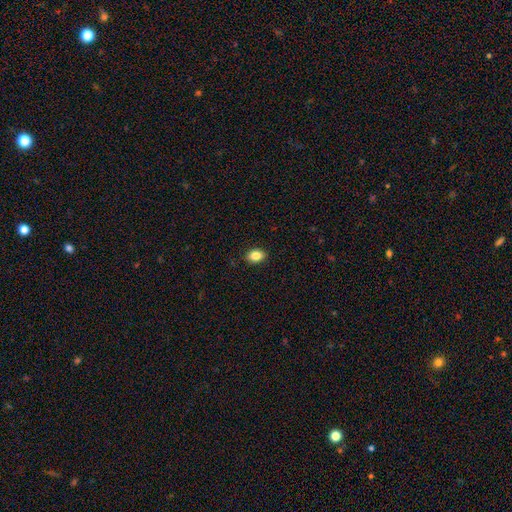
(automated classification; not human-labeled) Smooth or featured: smooth — 85% (star or artifact — 9%)
How rounded: in between — 78% (round — 21%)
Merging: none — 89% (minor disturbance — 8%)